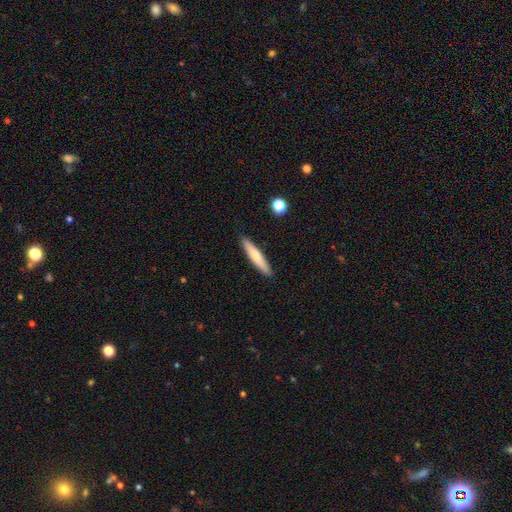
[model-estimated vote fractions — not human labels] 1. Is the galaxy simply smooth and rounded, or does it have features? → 64% smooth, 30% featured or disk, 6% star or artifact.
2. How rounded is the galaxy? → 91% cigar-shaped, 8% in between, 1% round.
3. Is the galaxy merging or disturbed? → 90% none, 7% minor disturbance, 1% major disturbance, 1% merger.